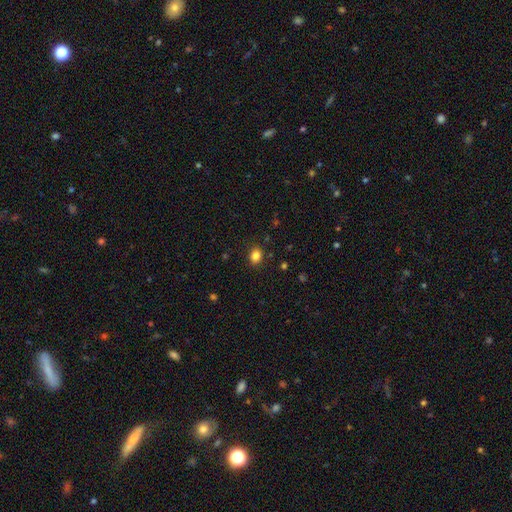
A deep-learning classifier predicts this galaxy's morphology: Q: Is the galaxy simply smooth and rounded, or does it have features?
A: smooth — 84%.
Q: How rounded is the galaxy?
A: round — 53%.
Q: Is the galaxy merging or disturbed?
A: none — 89%.